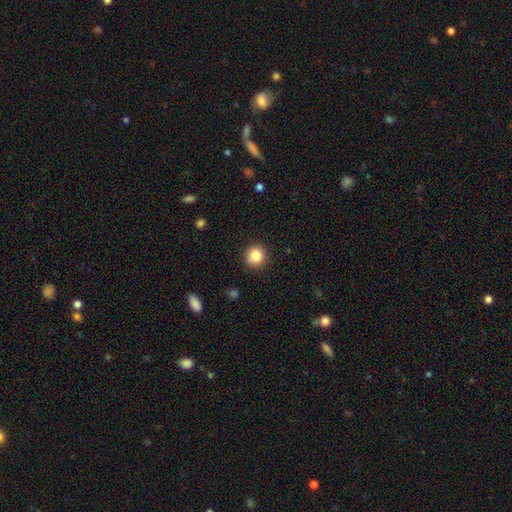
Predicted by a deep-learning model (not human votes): smooth-or-featured: smooth: 84% | star or artifact: 10% | featured or disk: 6%
  how-rounded: round: 91% | in between: 8% | cigar-shaped: 1%
  merging: none: 89% | minor disturbance: 8% | major disturbance: 2% | merger: 1%